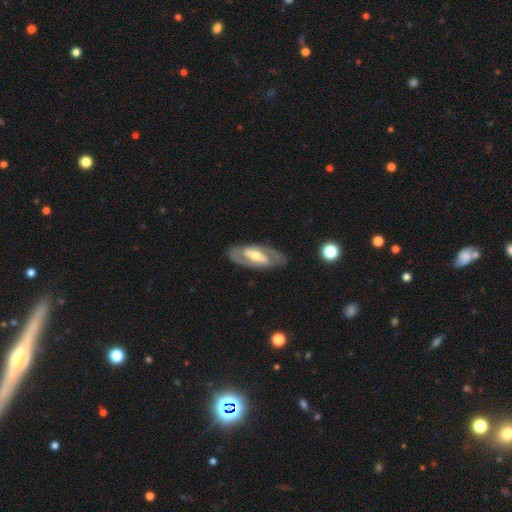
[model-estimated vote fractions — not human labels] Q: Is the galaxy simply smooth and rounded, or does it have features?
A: featured or disk — 79%.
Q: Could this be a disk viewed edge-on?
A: no — 91%.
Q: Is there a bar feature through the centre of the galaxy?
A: strong — 47%.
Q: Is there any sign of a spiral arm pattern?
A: yes — 82%.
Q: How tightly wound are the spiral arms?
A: medium — 46%.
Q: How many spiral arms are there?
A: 2 — 86%.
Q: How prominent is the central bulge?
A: moderate — 61%.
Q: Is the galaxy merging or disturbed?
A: none — 83%.